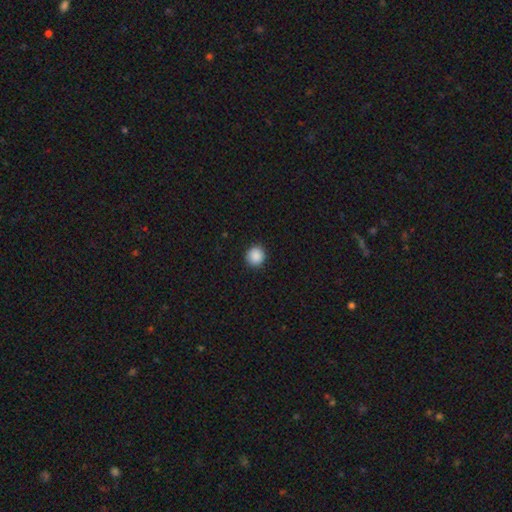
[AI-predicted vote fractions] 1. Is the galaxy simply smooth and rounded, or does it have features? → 89% smooth, 9% star or artifact, 3% featured or disk.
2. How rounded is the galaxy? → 93% round, 7% in between, 1% cigar-shaped.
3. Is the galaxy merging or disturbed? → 91% none, 6% minor disturbance, 2% major disturbance, 1% merger.